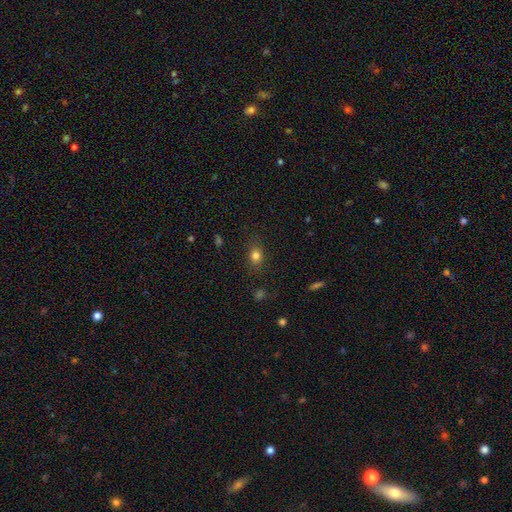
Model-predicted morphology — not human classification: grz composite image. It shows a smooth galaxy with no disk features (80%) that is round (51%). Merging: none (82%).